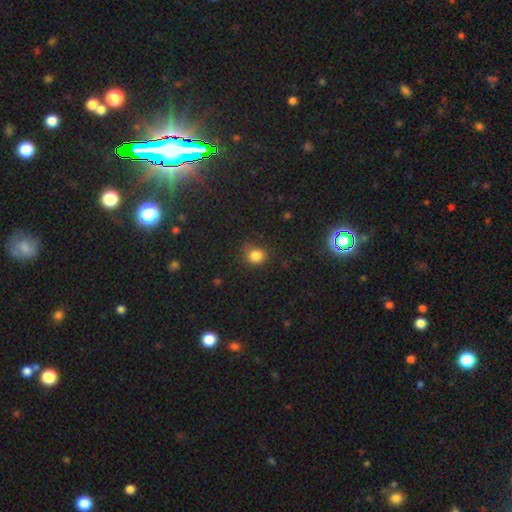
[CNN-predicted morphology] This appears to be a smooth galaxy with no disk features (82%) that is round (73%). Merging: none (75%).